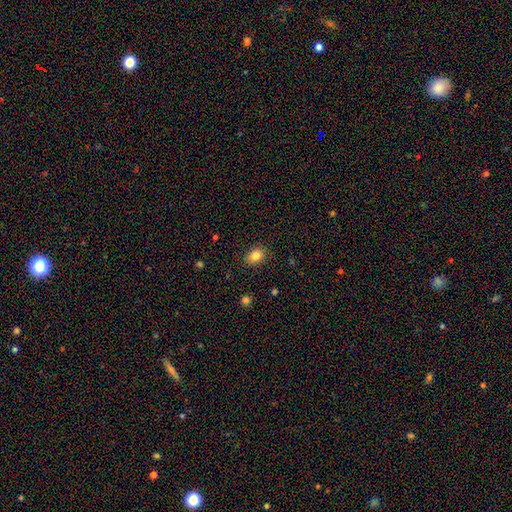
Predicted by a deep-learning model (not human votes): Smooth or featured?
  - smooth: 84% *
  - star or artifact: 10%
  - featured or disk: 6%
How rounded?
  - in between: 67% *
  - round: 32%
  - cigar-shaped: 1%
Merging?
  - none: 87% *
  - minor disturbance: 10%
  - major disturbance: 2%
  - merger: 1%